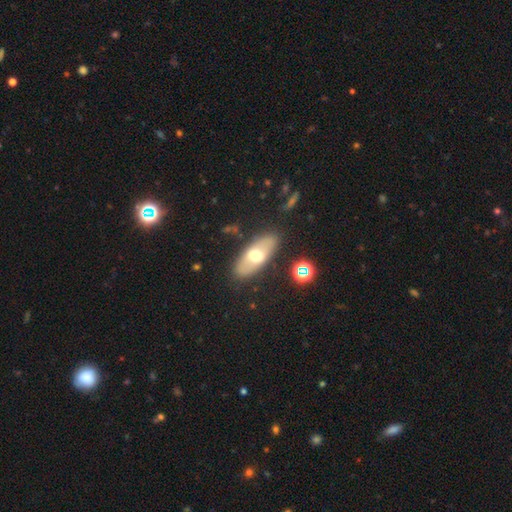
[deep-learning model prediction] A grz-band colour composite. It shows a smooth galaxy with no disk features (55%) that is in between round and cigar-shaped (80%). Merging: none (84%).